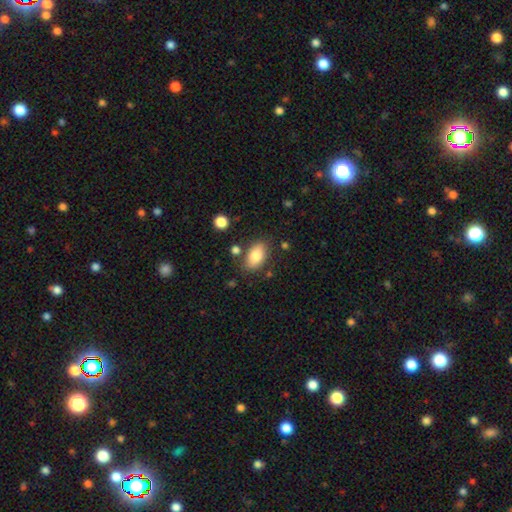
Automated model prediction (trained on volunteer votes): Smooth or featured?
  - smooth: 82% *
  - featured or disk: 11%
  - star or artifact: 8%
How rounded?
  - in between: 91% *
  - round: 7%
  - cigar-shaped: 2%
Merging?
  - none: 76% *
  - minor disturbance: 14%
  - merger: 5%
  - major disturbance: 4%